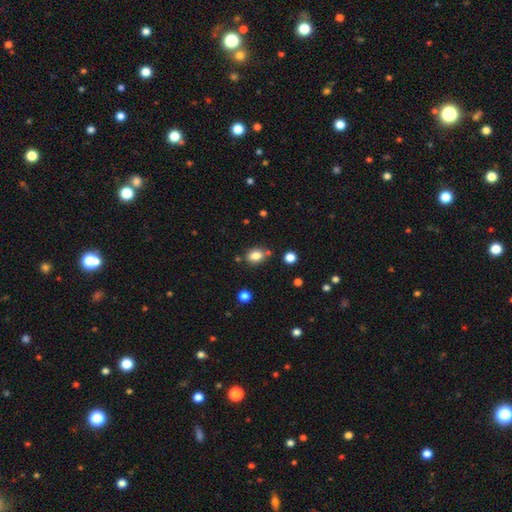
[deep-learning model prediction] Morphology: type=smooth (82%); roundness=in between (60%); merging=none (72%).